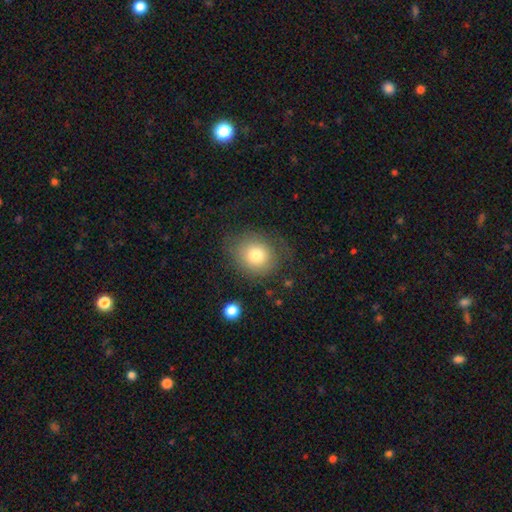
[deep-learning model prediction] smooth 76%, featured or disk 13%, star or artifact 11%. Down the decision tree: how rounded — round (73%); merging — none (71%).